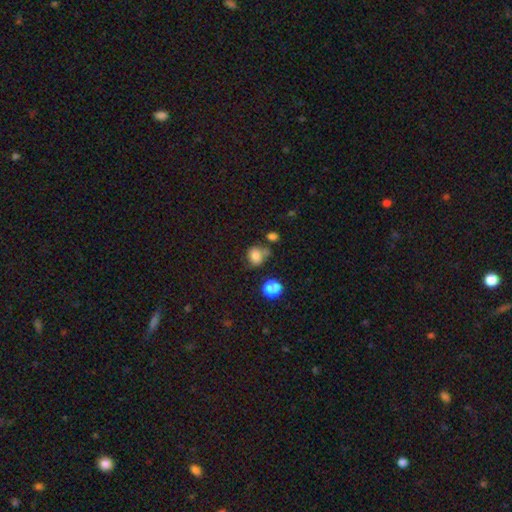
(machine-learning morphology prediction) Smooth or featured: smooth — 79% (star or artifact — 13%)
How rounded: round — 62% (in between — 37%)
Merging: none — 52% (minor disturbance — 23%)